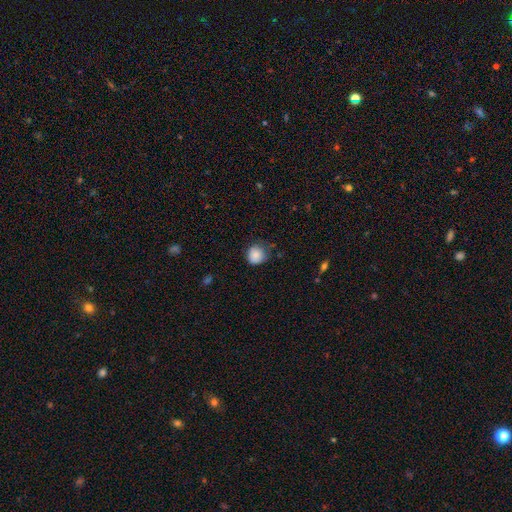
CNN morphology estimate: Smooth or featured?
  - smooth: 84% *
  - star or artifact: 9%
  - featured or disk: 7%
How rounded?
  - round: 89% *
  - in between: 11%
  - cigar-shaped: 1%
Merging?
  - none: 66% *
  - minor disturbance: 26%
  - major disturbance: 6%
  - merger: 2%